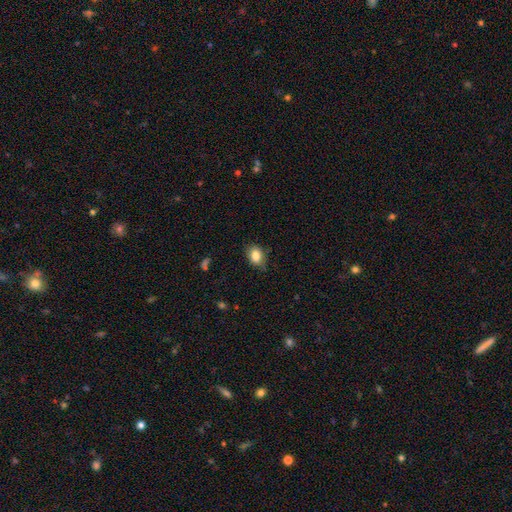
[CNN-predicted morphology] This appears to be a smooth galaxy with no disk features (83%) that is in between round and cigar-shaped (73%). Merging: none (77%).